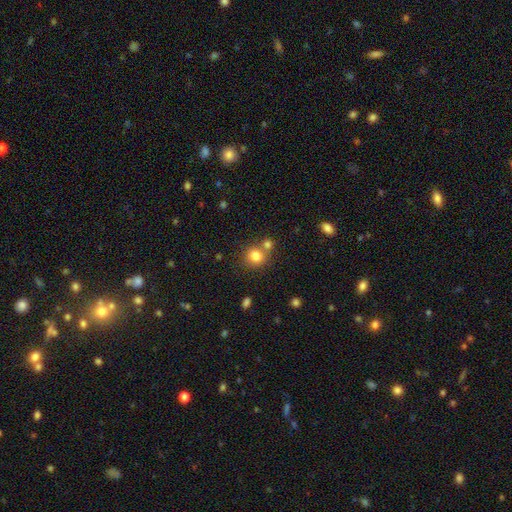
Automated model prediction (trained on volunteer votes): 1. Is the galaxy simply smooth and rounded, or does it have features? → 81% smooth, 11% star or artifact, 8% featured or disk.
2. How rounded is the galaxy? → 84% round, 15% in between, 1% cigar-shaped.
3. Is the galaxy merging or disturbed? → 62% none, 26% merger, 9% minor disturbance, 3% major disturbance.